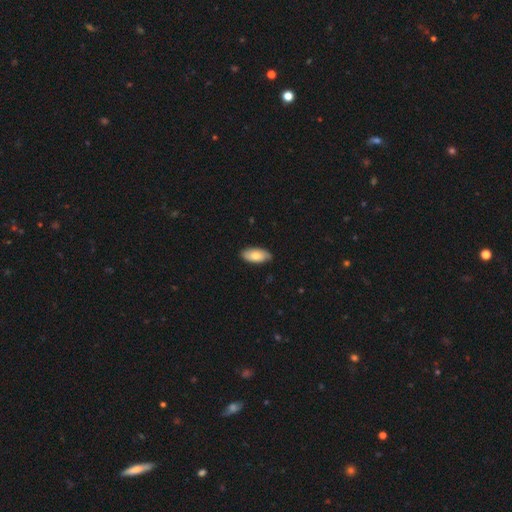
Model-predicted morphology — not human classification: Overall: smooth (77%). How rounded: in between (92%). Merging: none (83%).